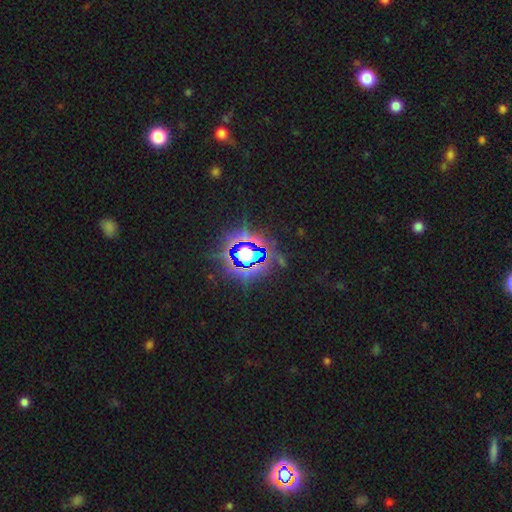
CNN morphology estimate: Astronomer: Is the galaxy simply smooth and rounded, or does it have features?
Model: star or artifact — 80%.